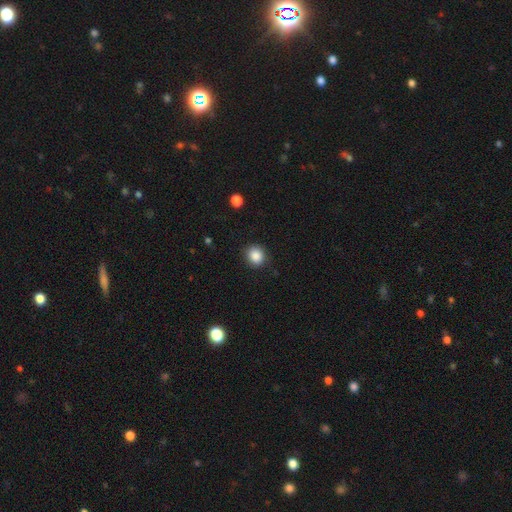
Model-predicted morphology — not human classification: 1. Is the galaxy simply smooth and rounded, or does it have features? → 87% smooth, 10% star or artifact, 4% featured or disk.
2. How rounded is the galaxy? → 81% round, 18% in between, 1% cigar-shaped.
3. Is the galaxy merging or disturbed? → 88% none, 9% minor disturbance, 2% major disturbance, 1% merger.